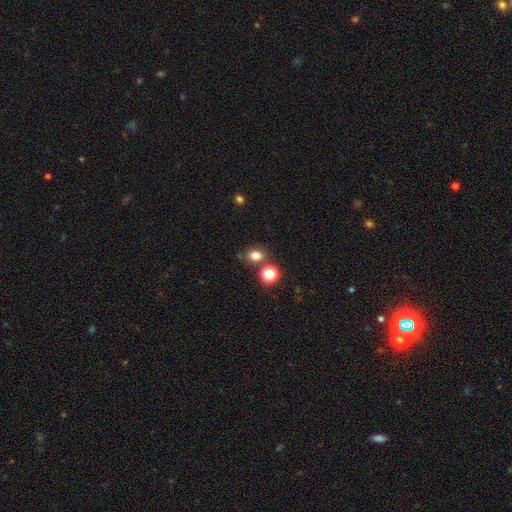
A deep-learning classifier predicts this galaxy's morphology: Q: Smooth or featured?
A: smooth (78%); runner-up: star or artifact (15%)
Q: How rounded?
A: round (57%); runner-up: in between (42%)
Q: Merging?
A: none (71%); runner-up: merger (13%)